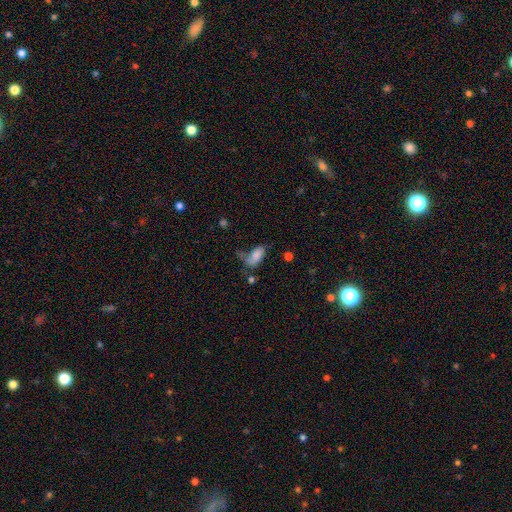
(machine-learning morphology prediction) smooth 70%, featured or disk 19%, star or artifact 10%. Down the decision tree: how rounded — in between (91%); merging — none (32%).